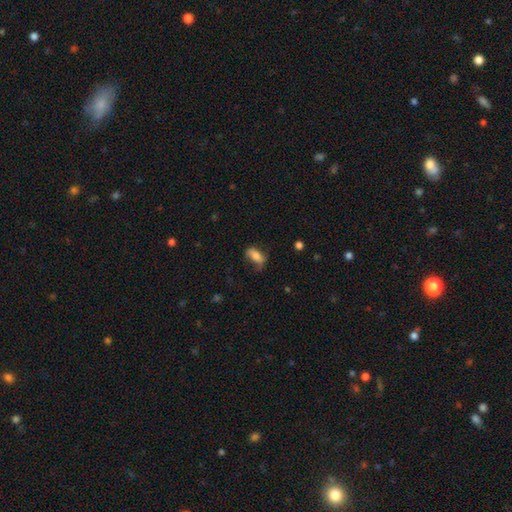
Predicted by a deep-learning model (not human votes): Q: Smooth or featured?
A: smooth (69%); runner-up: featured or disk (22%)
Q: How rounded?
A: in between (82%); runner-up: cigar-shaped (13%)
Q: Merging?
A: none (50%); runner-up: minor disturbance (31%)